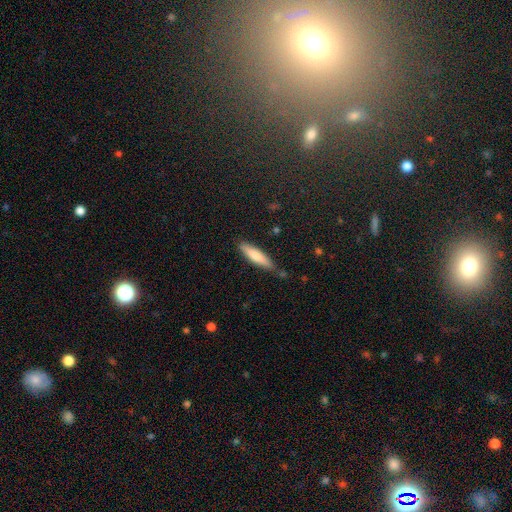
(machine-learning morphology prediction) Smooth or featured: smooth — 72% (featured or disk — 22%)
How rounded: cigar-shaped — 78% (in between — 21%)
Merging: none — 79% (minor disturbance — 15%)